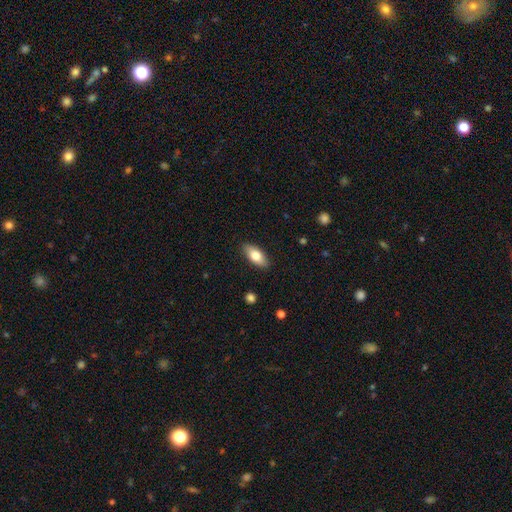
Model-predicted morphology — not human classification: A smooth galaxy with no disk features (75%) that is in between round and cigar-shaped (84%).

Vote fractions:
- Smooth or featured? smooth: 75% / featured or disk: 18% / star or artifact: 6%
- How rounded? in between: 84% / cigar-shaped: 13% / round: 3%
- Merging? none: 88% / minor disturbance: 9% / major disturbance: 2% / merger: 1%